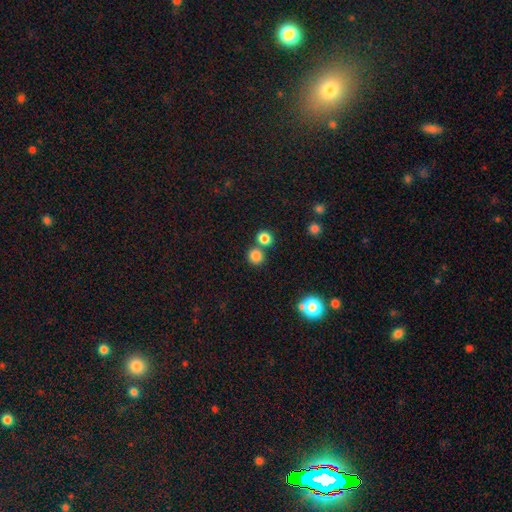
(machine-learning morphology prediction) Smooth or featured? smooth (82%)
How rounded? round (88%)
Merging? none (68%)